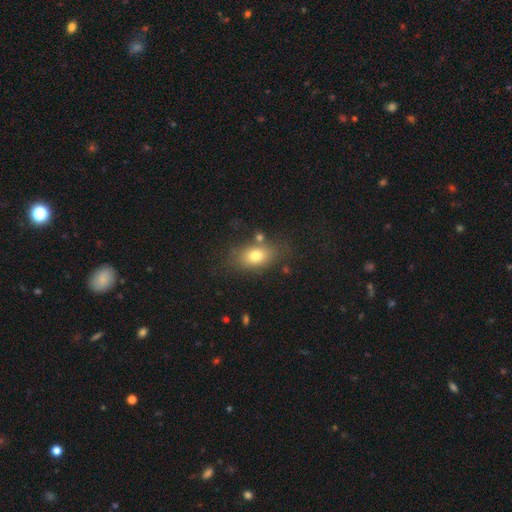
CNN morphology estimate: Smooth or featured? smooth (76%)
How rounded? in between (81%)
Merging? none (71%)